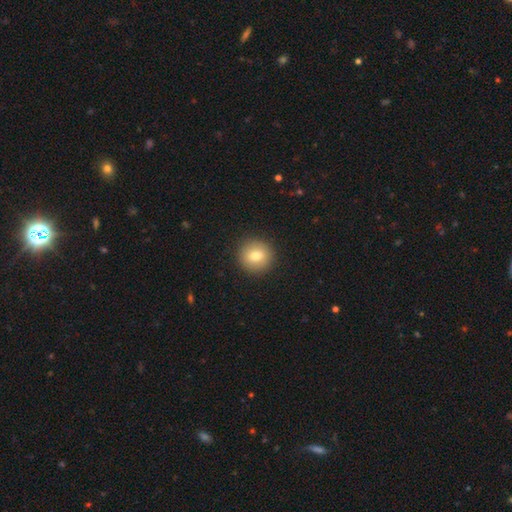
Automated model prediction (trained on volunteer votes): This is likely a smooth galaxy (77%). How rounded: clearly round (92%). Merging: clearly none (92%).